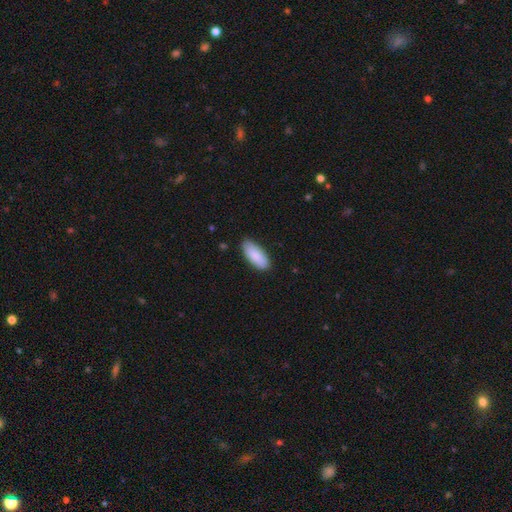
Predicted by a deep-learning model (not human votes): A smooth galaxy with no disk features (88%) that is in between round and cigar-shaped (85%).

Vote fractions:
- Smooth or featured? smooth: 88% / featured or disk: 6% / star or artifact: 5%
- How rounded? in between: 85% / cigar-shaped: 13% / round: 2%
- Merging? none: 84% / minor disturbance: 13% / major disturbance: 2% / merger: 1%